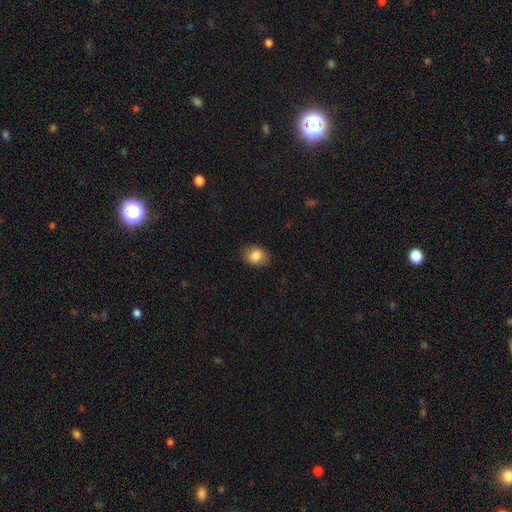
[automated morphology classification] This appears to be a smooth galaxy with no disk features (84%) that is in between round and cigar-shaped (62%). Merging: none (85%).